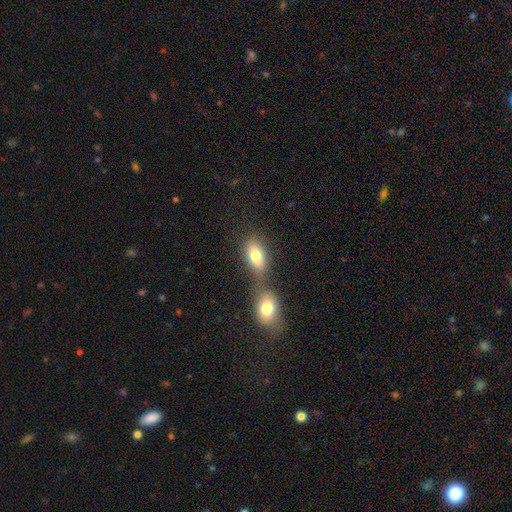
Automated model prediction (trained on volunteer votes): Smooth or featured?
  - smooth: 78% *
  - featured or disk: 13%
  - star or artifact: 9%
How rounded?
  - in between: 84% *
  - round: 11%
  - cigar-shaped: 5%
Merging?
  - merger: 45% *
  - none: 42%
  - minor disturbance: 9%
  - major disturbance: 4%